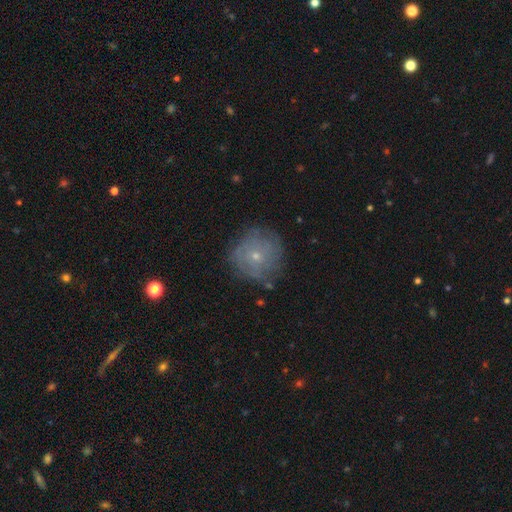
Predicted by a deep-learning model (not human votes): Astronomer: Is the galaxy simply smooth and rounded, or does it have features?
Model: smooth — 44%, tied with featured or disk at 44%.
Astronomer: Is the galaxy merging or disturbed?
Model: none — 74%.